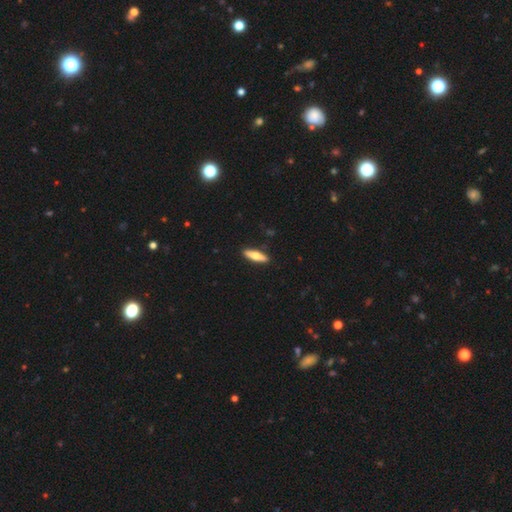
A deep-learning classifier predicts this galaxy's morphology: The model was most divided on "smooth or featured": smooth: 61%, featured or disk: 33%, star or artifact: 5%. More confident: merging — none (90%); how rounded — cigar-shaped (66%).